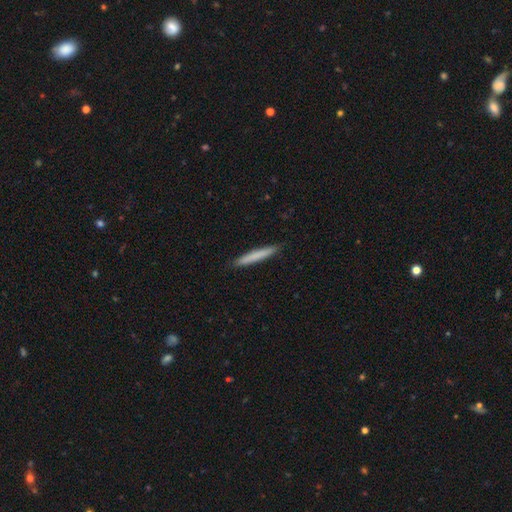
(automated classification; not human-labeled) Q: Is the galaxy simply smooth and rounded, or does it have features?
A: smooth — 75%.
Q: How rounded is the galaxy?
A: cigar-shaped — 96%.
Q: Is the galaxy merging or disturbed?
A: none — 92%.